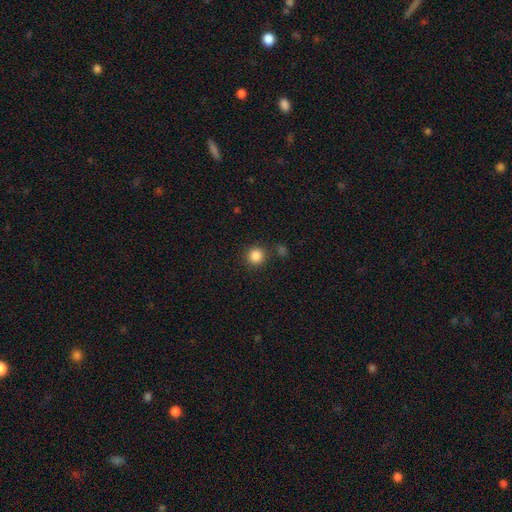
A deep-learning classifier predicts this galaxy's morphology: Q: Smooth or featured?
A: smooth (86%); runner-up: star or artifact (11%)
Q: How rounded?
A: round (93%); runner-up: in between (6%)
Q: Merging?
A: none (85%); runner-up: minor disturbance (7%)